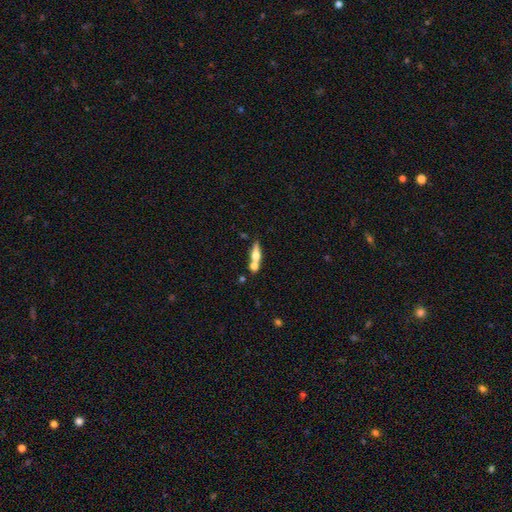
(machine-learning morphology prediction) A smooth galaxy with no disk features (52%) that is cigar-shaped (58%). Merging: none (46%).